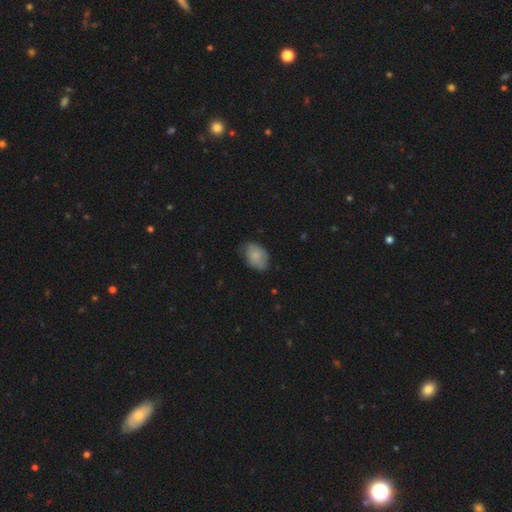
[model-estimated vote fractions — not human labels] smooth_or_featured: smooth (p=0.81) [alt: featured or disk p=0.12]
how_rounded: in between (p=0.86) [alt: round p=0.12]
merging: none (p=0.66) [alt: minor disturbance p=0.27]